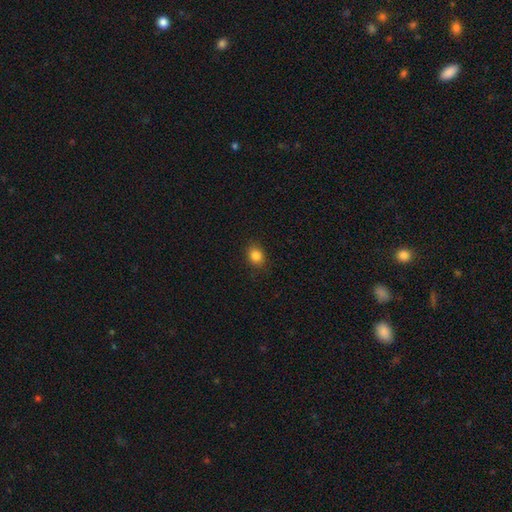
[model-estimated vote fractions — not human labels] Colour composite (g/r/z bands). It shows a smooth galaxy with no disk features (85%) that is in between round and cigar-shaped (51%). Merging: none (86%).